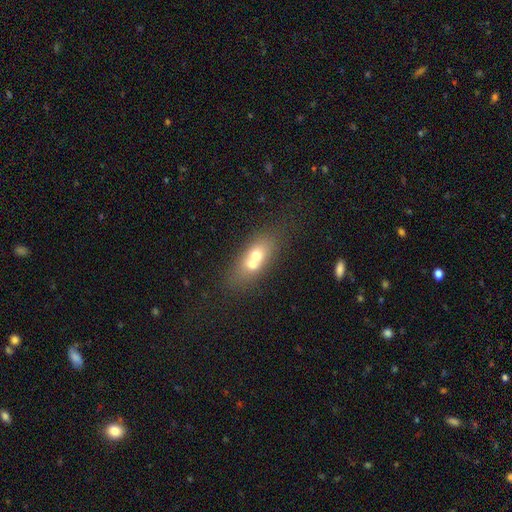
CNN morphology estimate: smooth 57%, featured or disk 32%, star or artifact 12%. Down the decision tree: how rounded — in between (63%); merging — merger (61%).